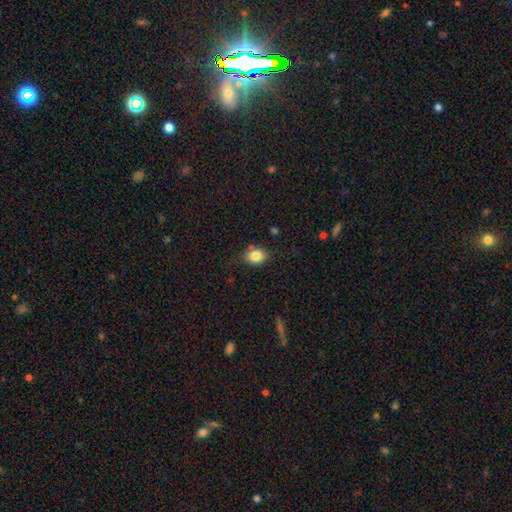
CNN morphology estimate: This is clearly a smooth galaxy (83%). How rounded: likely in between (63%). Merging: likely none (80%).